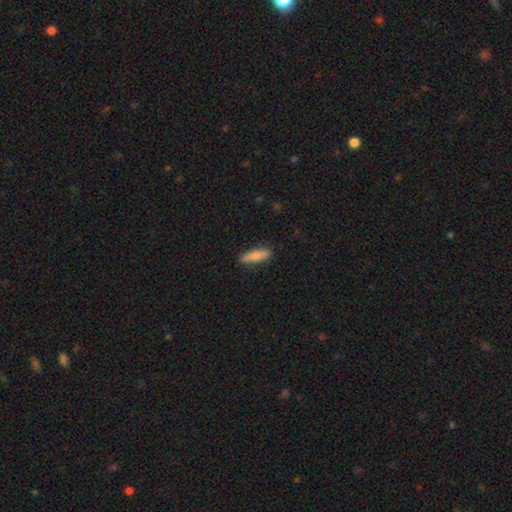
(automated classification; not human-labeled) Morphology: type=smooth (75%); roundness=cigar-shaped (63%); merging=none (85%).